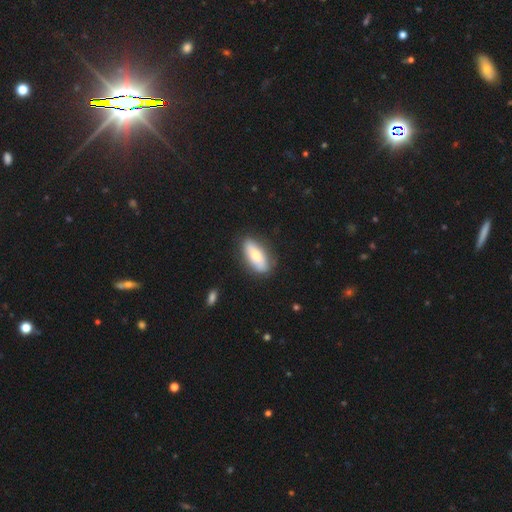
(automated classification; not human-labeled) This is likely a smooth galaxy (69%). How rounded: likely in between (79%). Merging: clearly none (82%).